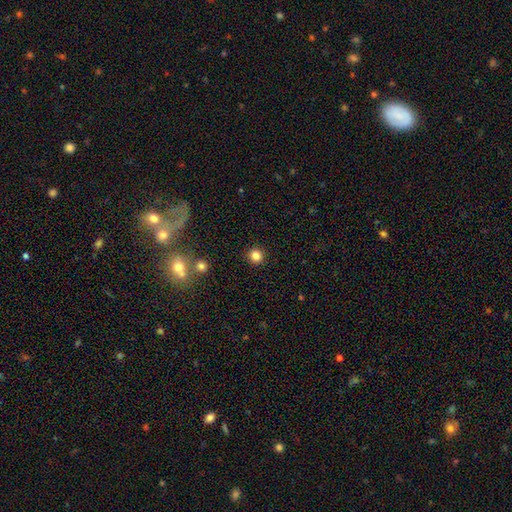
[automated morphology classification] This is clearly a smooth galaxy (82%). How rounded: clearly round (93%). Merging: clearly none (92%).